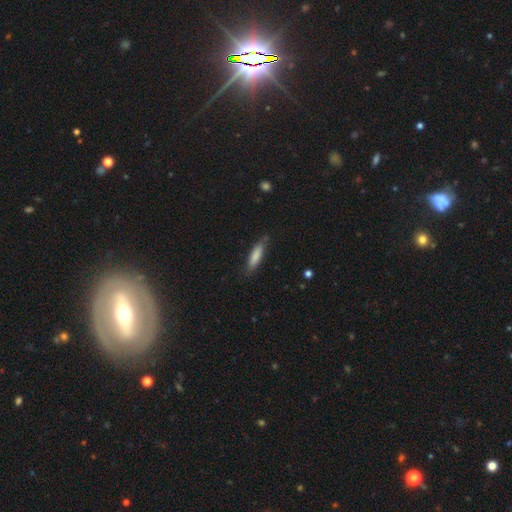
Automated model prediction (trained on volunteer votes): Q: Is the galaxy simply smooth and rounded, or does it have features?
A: smooth — 79%.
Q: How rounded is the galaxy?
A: cigar-shaped — 70%.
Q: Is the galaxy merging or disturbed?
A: none — 77%.